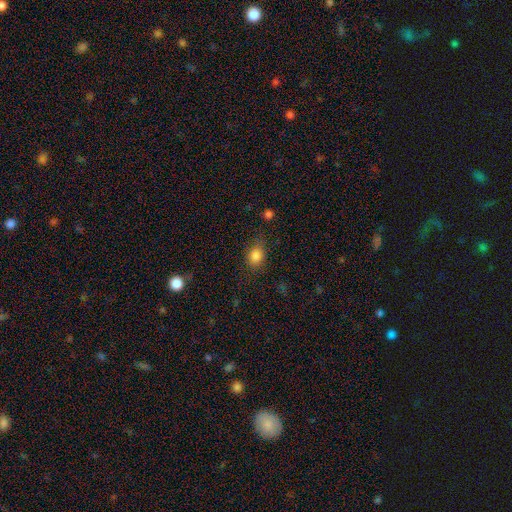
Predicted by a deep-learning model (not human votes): smooth 84%, star or artifact 10%, featured or disk 6%. Down the decision tree: how rounded — in between (64%); merging — none (73%).